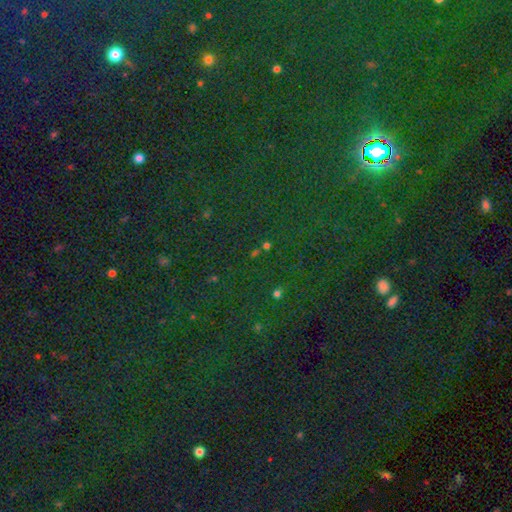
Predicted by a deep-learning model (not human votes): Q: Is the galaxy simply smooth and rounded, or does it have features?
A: star or artifact — 79%.